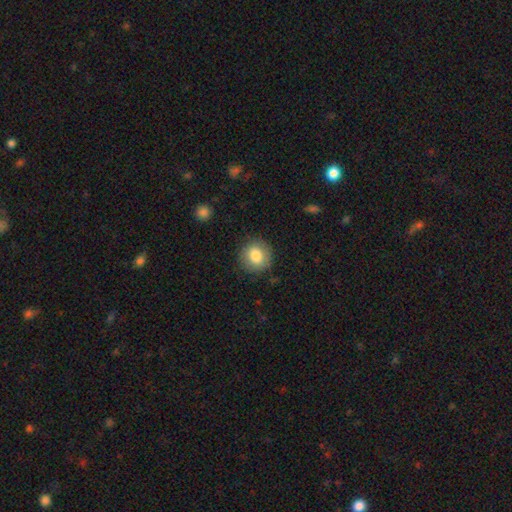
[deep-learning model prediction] This appears to be a smooth galaxy with no disk features (81%) that is round (90%). Merging: none (85%).